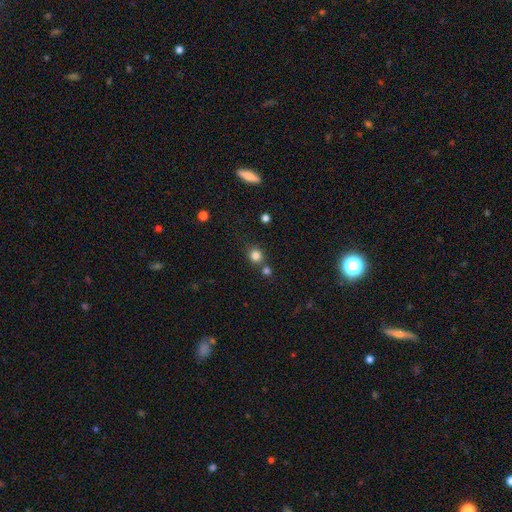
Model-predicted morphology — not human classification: Smooth or featured: smooth — 81% (star or artifact — 13%)
How rounded: round — 88% (in between — 11%)
Merging: none — 70% (merger — 19%)